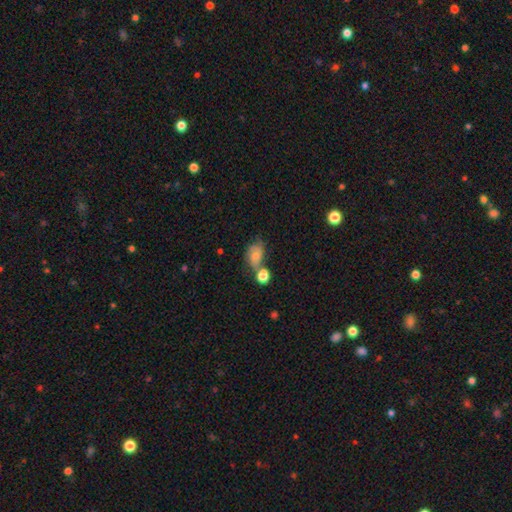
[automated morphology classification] Smooth or featured? smooth (52%)
How rounded? in between (72%)
Merging? none (38%)